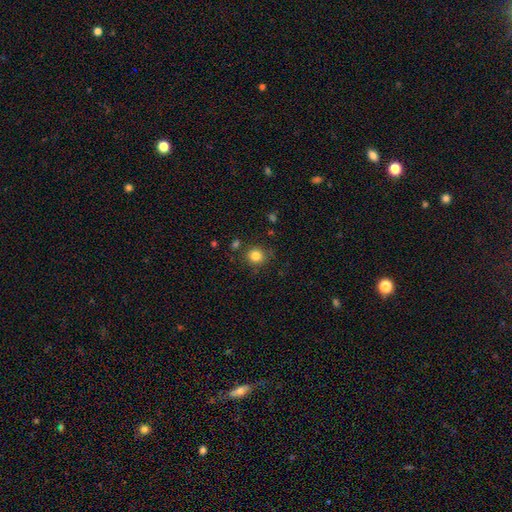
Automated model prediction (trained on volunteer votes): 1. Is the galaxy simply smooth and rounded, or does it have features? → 83% smooth, 12% star or artifact, 6% featured or disk.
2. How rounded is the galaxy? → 89% round, 10% in between, 1% cigar-shaped.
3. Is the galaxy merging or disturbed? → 83% none, 10% minor disturbance, 4% merger, 3% major disturbance.